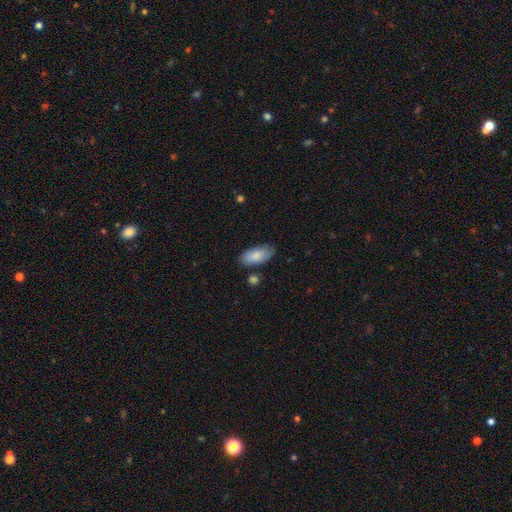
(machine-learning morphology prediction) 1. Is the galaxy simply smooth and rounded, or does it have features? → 84% smooth, 10% featured or disk, 6% star or artifact.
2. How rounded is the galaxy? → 91% in between, 7% cigar-shaped, 2% round.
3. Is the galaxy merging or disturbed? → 78% none, 15% minor disturbance, 4% merger, 3% major disturbance.